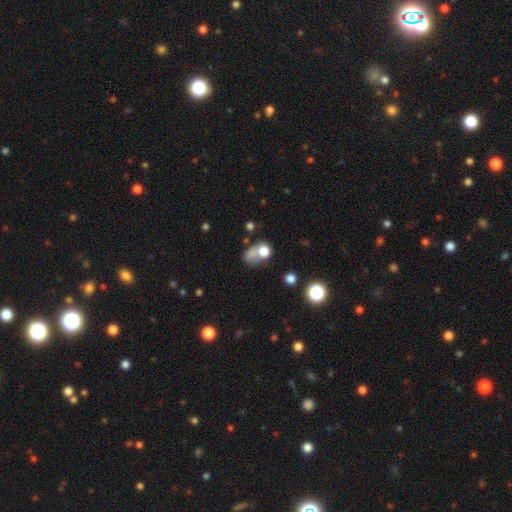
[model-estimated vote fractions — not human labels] Smooth or featured? smooth (68%)
How rounded? in between (52%)
Merging? merger (35%)